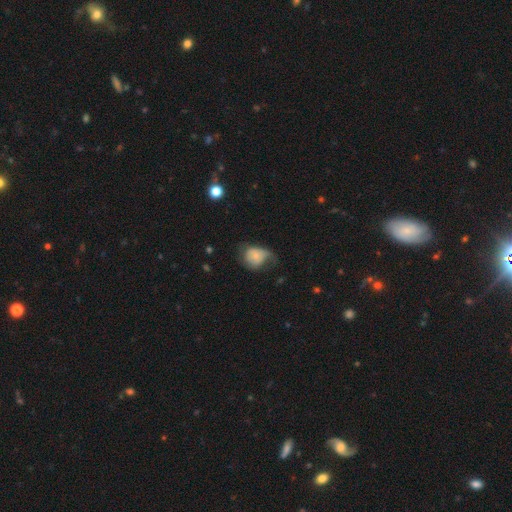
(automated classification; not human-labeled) A smooth galaxy with no disk features (62%) that is round (52%).

Vote fractions:
- Smooth or featured? smooth: 62% / featured or disk: 29% / star or artifact: 9%
- How rounded? round: 52% / in between: 47% / cigar-shaped: 1%
- Merging? major disturbance: 37% / minor disturbance: 34% / none: 26% / merger: 2%